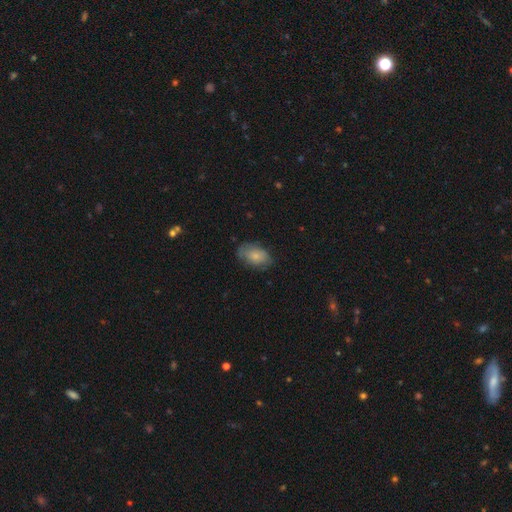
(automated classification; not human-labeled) smooth_or_featured: smooth (p=0.74) [alt: featured or disk p=0.19]
how_rounded: in between (p=0.89) [alt: round p=0.09]
merging: none (p=0.66) [alt: minor disturbance p=0.25]